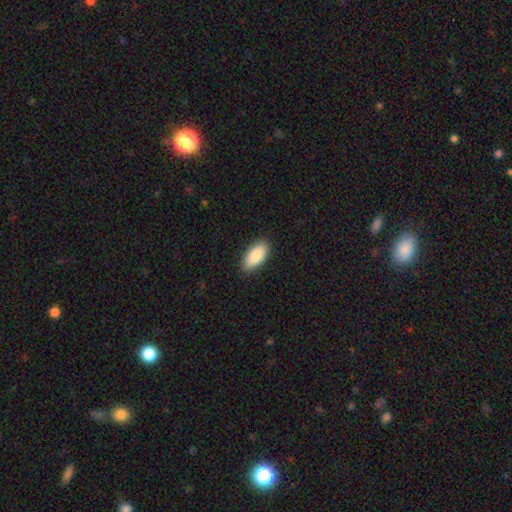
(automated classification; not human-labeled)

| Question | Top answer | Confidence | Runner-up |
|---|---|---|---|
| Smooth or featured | smooth | 87% | featured or disk (7%) |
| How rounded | in between | 92% | cigar-shaped (6%) |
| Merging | none | 89% | minor disturbance (8%) |